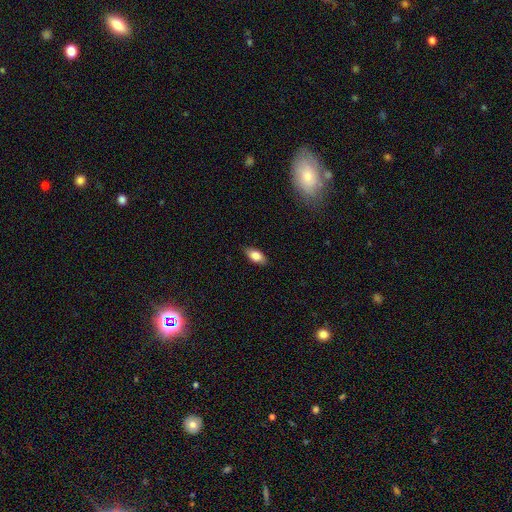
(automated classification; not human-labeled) Smooth or featured? smooth (81%)
How rounded? in between (88%)
Merging? none (86%)